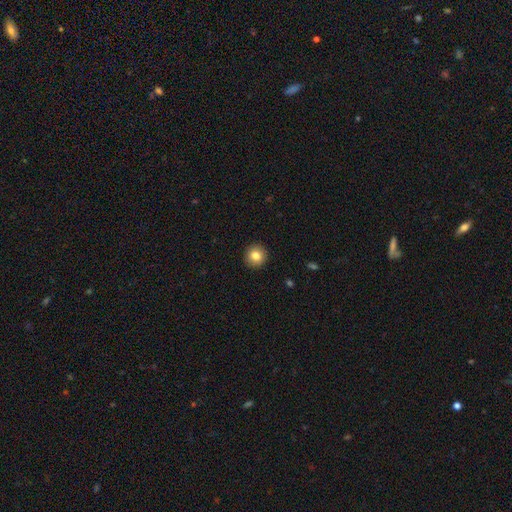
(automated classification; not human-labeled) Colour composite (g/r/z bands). It shows a smooth galaxy with no disk features (83%) that is round (93%). Merging: none (93%).